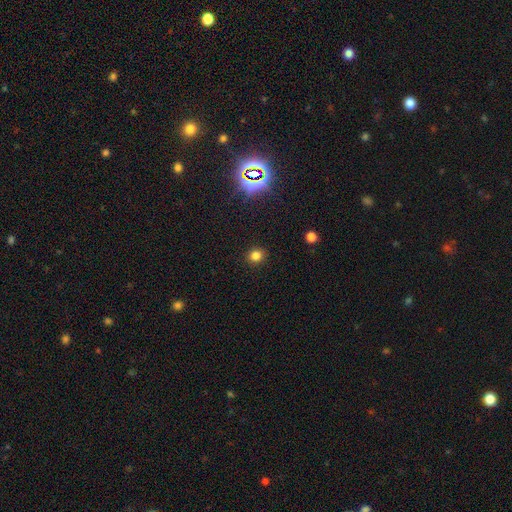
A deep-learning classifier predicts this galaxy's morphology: A smooth galaxy with no disk features (79%) that is round (81%). Merging: none (91%).